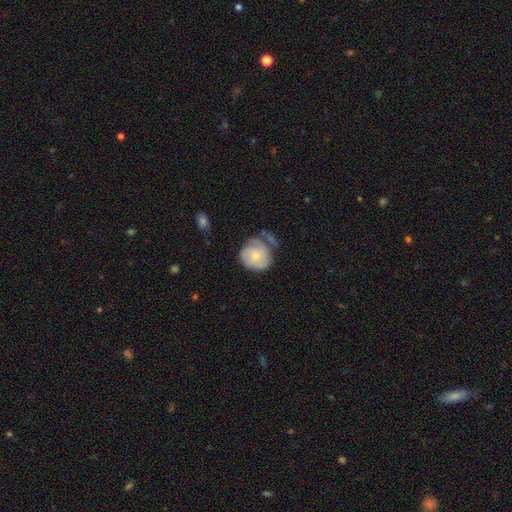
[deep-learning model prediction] smooth 56%, featured or disk 38%, star or artifact 6%. Down the decision tree: how rounded — round (83%); merging — none (44%).